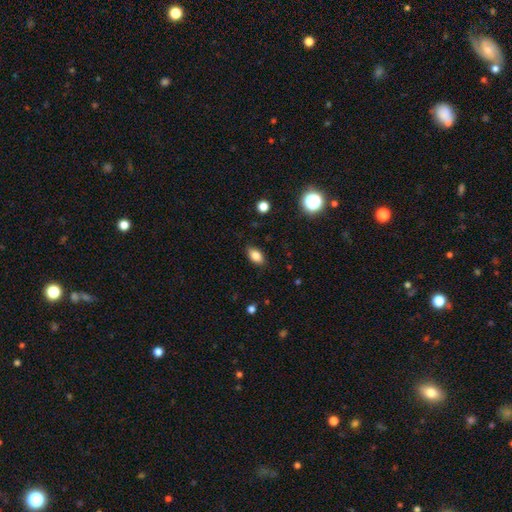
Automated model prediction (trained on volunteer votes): This appears to be a smooth galaxy with no disk features (83%) that is in between round and cigar-shaped (89%). Merging: none (87%).